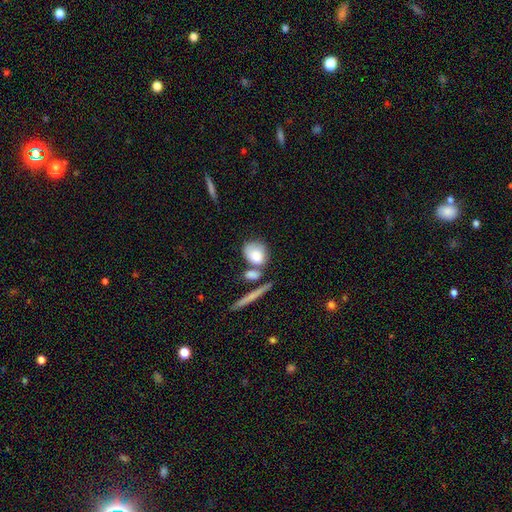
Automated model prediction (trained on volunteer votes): A smooth galaxy with no disk features (79%) that is in between round and cigar-shaped (53%).

Vote fractions:
- Smooth or featured? smooth: 79% / featured or disk: 14% / star or artifact: 7%
- How rounded? in between: 53% / round: 42% / cigar-shaped: 5%
- Merging? none: 48% / merger: 26% / minor disturbance: 17% / major disturbance: 9%